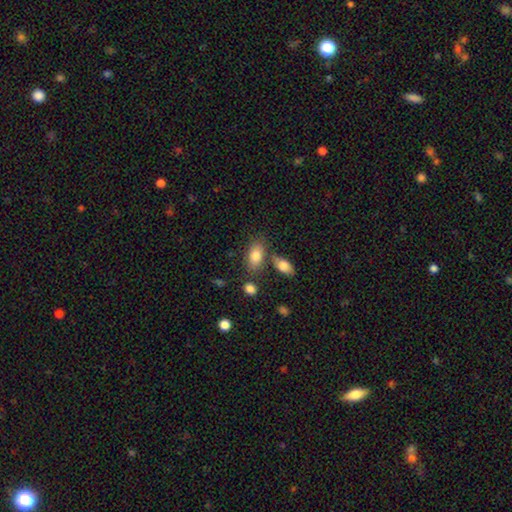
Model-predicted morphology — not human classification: smooth 82%, featured or disk 10%, star or artifact 7%. Down the decision tree: how rounded — in between (91%); merging — none (67%).